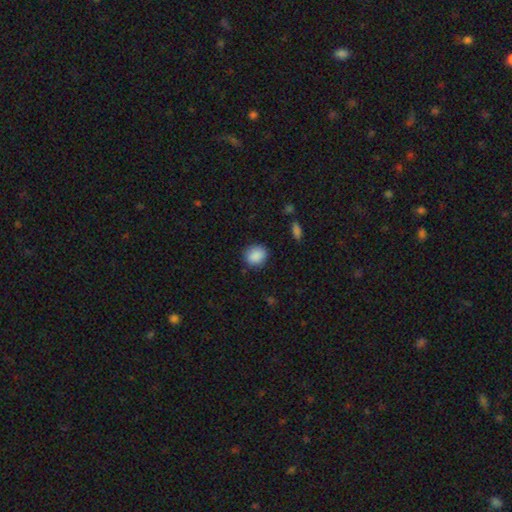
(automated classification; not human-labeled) smooth 88%, star or artifact 8%, featured or disk 4%. Down the decision tree: how rounded — round (73%); merging — none (85%).